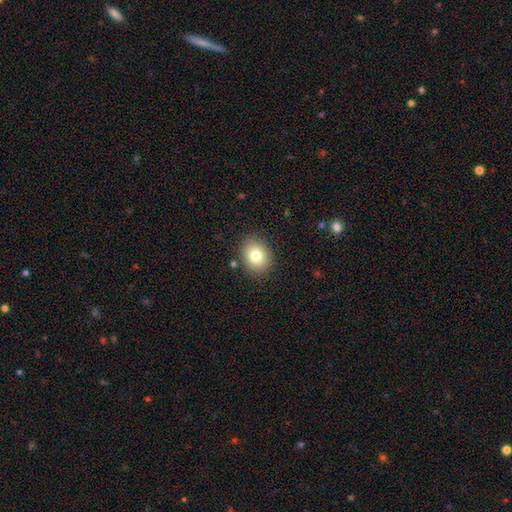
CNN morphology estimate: type=smooth (79%); roundness=round (52%); merging=none (87%).